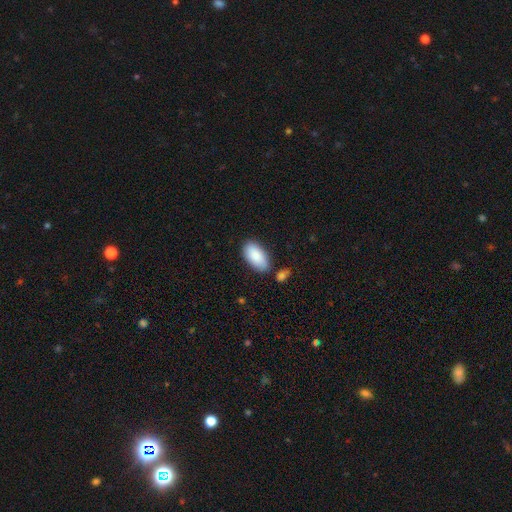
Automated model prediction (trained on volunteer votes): This is clearly a smooth galaxy (88%). How rounded: clearly in between (95%). Merging: likely none (76%).